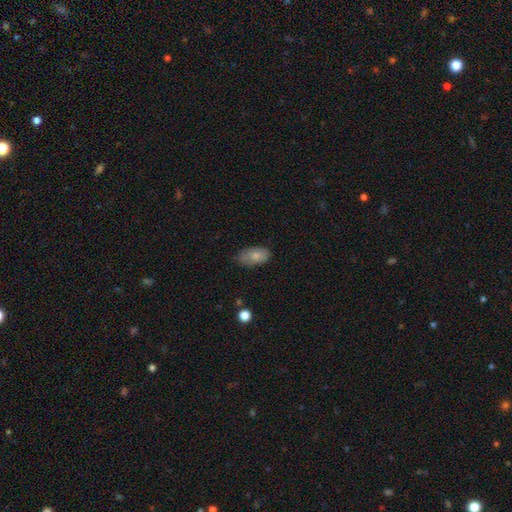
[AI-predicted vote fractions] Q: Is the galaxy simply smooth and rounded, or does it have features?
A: smooth — 78%.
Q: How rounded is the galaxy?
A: in between — 92%.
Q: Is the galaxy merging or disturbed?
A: none — 66%.